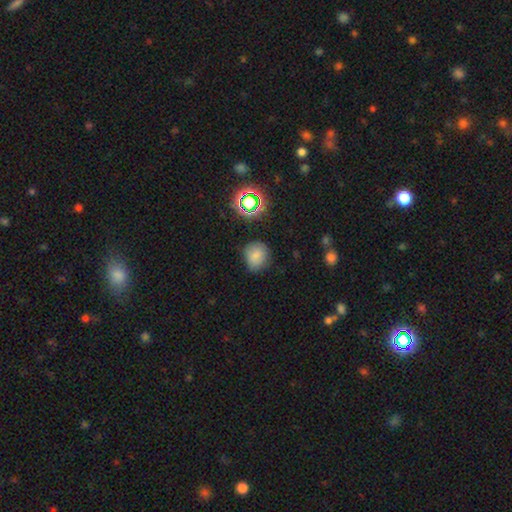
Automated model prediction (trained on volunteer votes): This is likely a smooth galaxy (76%). How rounded: likely round (76%). Merging: likely none (74%).